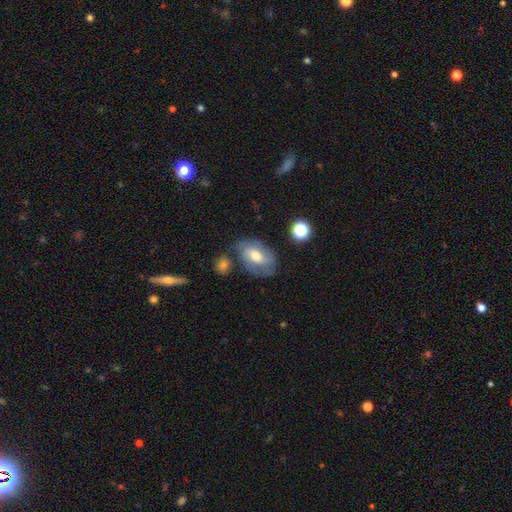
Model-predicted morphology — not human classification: Overall: featured or disk (52%; smooth 40%). Edge-on disk: no (93%). Merging: none (59%; minor disturbance 22%).